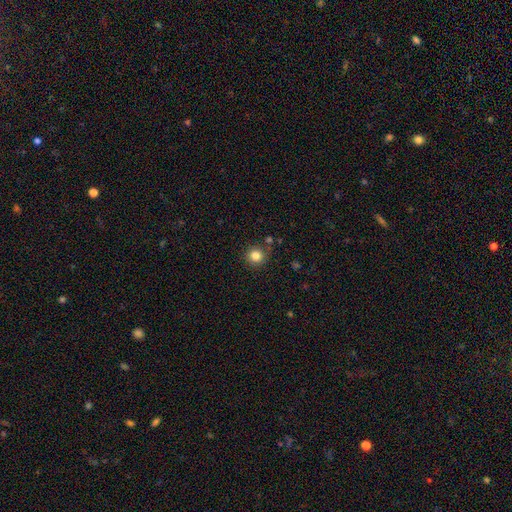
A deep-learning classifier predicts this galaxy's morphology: A smooth galaxy with no disk features (83%) that is round (93%). Merging: none (85%).